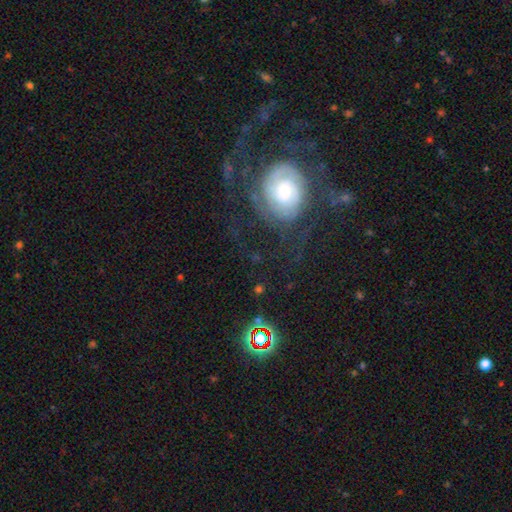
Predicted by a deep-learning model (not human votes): smooth-or-featured: featured or disk: 66% | smooth: 19% | star or artifact: 14%
  disk-edge-on: no: 96% | yes: 4%
    bar: no: 74% | weak: 19% | strong: 7%
    has-spiral-arms: yes: 76% | no: 24%
    bulge-size: moderate: 48% | large: 24% | small: 20% | dominant: 6% | none: 3%
  merging: none: 55% | major disturbance: 29% | minor disturbance: 13% | merger: 3%